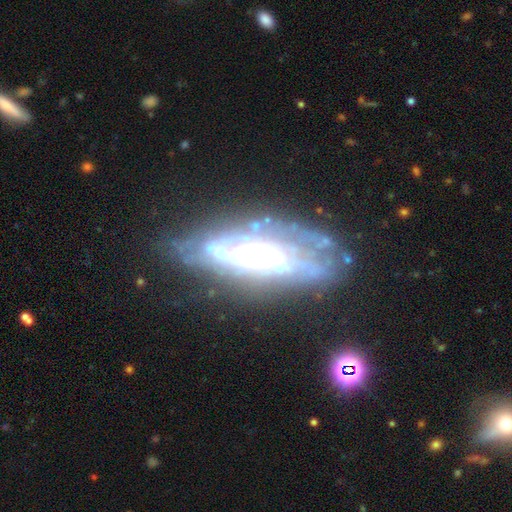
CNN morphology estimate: featured or disk 76%, smooth 15%, star or artifact 10%. Down the decision tree: edge-on disk — no (80%); bar — no (71%); spiral arms — yes (66%); bulge size — moderate (30%); merging — none (64%).